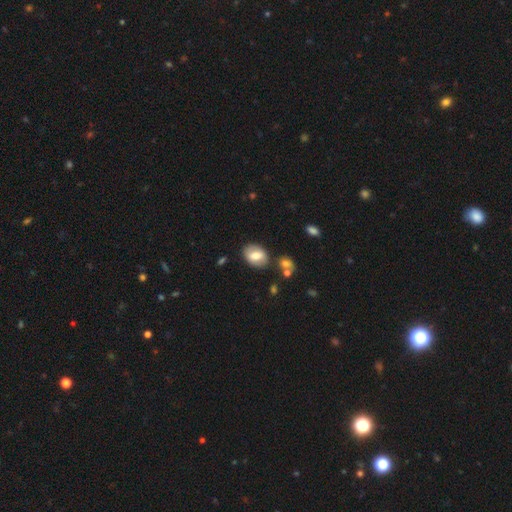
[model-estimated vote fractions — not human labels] smooth-or-featured: smooth: 66% | featured or disk: 26% | star or artifact: 8%
  how-rounded: in between: 77% | round: 22% | cigar-shaped: 2%
  merging: none: 79% | minor disturbance: 12% | merger: 6% | major disturbance: 4%